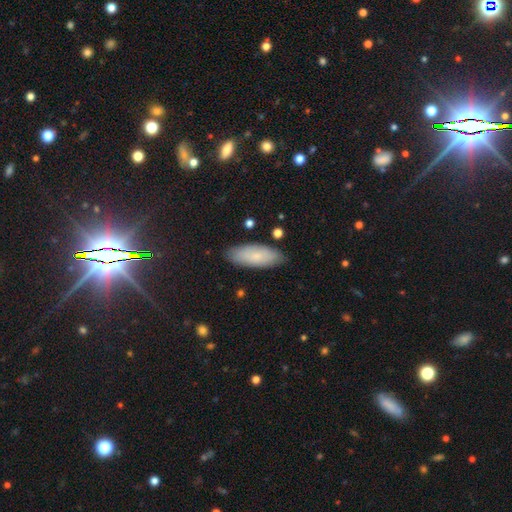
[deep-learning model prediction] smooth-or-featured: smooth: 76% | featured or disk: 17% | star or artifact: 7%
  how-rounded: in between: 70% | cigar-shaped: 28% | round: 2%
  merging: none: 85% | minor disturbance: 11% | major disturbance: 2% | merger: 1%